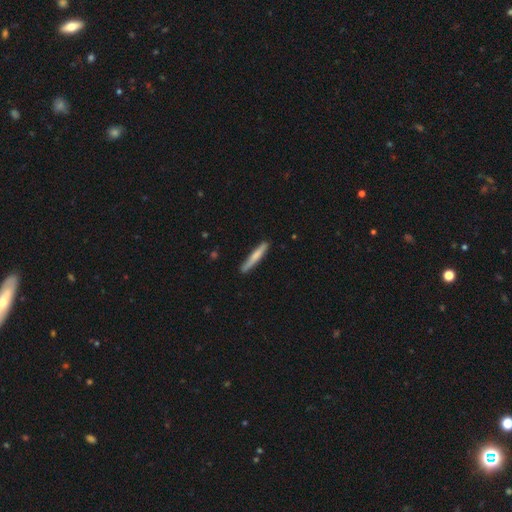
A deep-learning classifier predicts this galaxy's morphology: Q: Smooth or featured?
A: smooth (67%); runner-up: featured or disk (28%)
Q: How rounded?
A: cigar-shaped (95%); runner-up: in between (4%)
Q: Merging?
A: none (86%); runner-up: minor disturbance (11%)